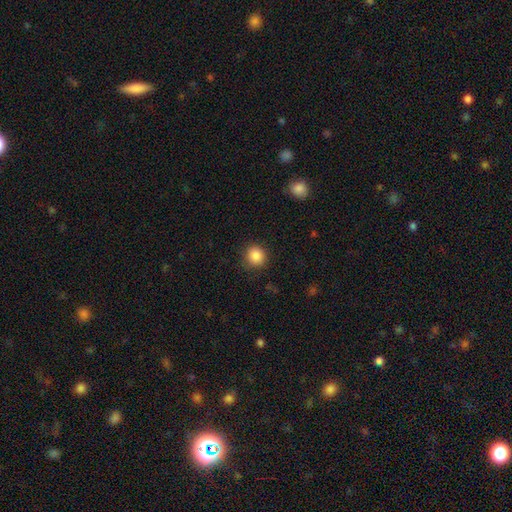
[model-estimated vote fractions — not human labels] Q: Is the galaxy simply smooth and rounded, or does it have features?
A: smooth — 87%.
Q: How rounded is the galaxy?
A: round — 89%.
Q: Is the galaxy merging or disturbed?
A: none — 86%.